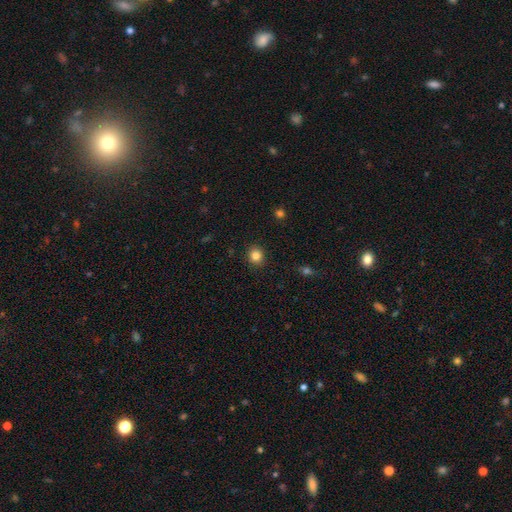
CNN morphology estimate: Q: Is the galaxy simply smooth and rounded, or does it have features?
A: smooth — 84%.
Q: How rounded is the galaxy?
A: round — 84%.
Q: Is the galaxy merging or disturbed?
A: none — 91%.